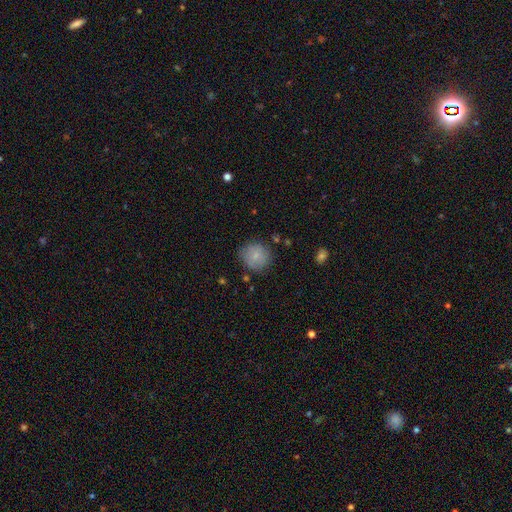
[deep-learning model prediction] smooth 80%, featured or disk 12%, star or artifact 8%. Down the decision tree: how rounded — round (88%); merging — none (78%).